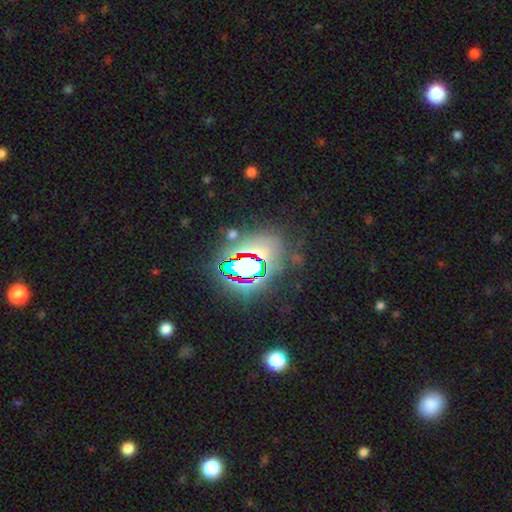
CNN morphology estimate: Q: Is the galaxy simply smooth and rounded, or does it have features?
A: star or artifact — 63%.